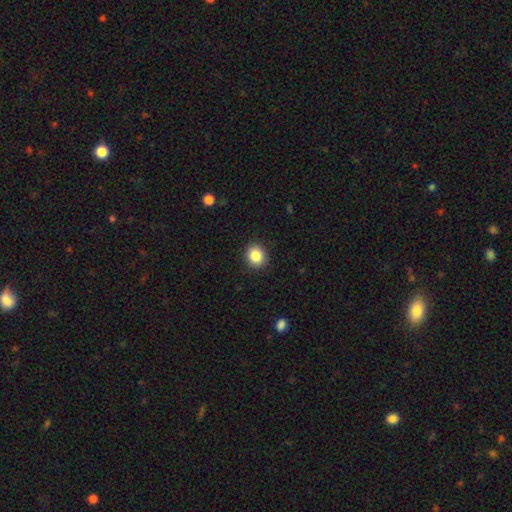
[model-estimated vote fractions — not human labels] The model was most divided on "how rounded": round: 74%, in between: 26%, cigar-shaped: 1%. More confident: merging — none (90%); smooth or featured — smooth (85%).